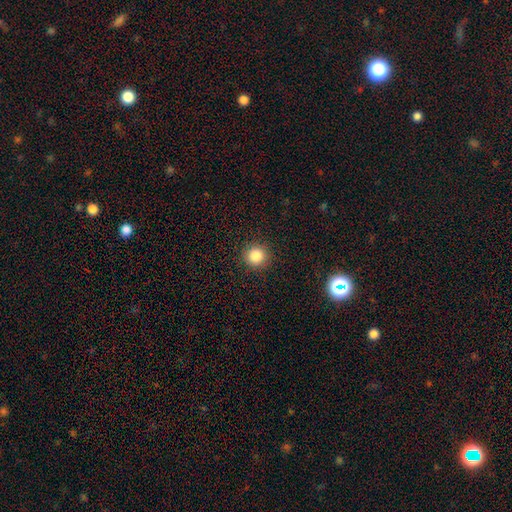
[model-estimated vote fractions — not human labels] Overall: smooth (84%). How rounded: round (94%). Merging: none (92%).